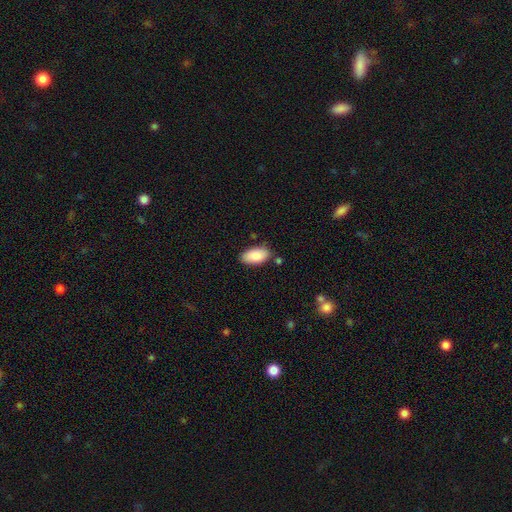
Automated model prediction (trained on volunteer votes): This is clearly a smooth galaxy (88%). How rounded: clearly in between (95%). Merging: clearly none (80%).